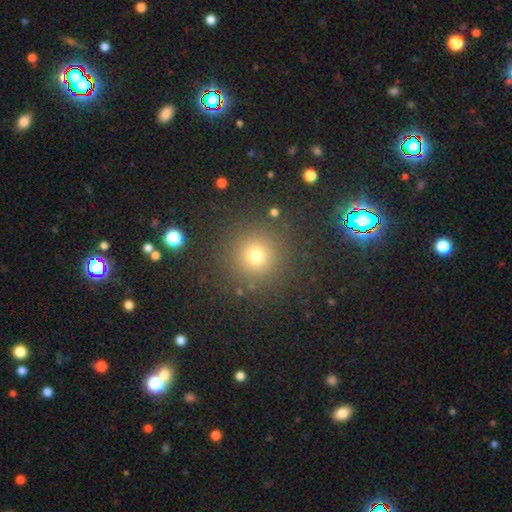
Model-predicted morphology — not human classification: A smooth galaxy with no disk features (72%) that is round (95%). Merging: none (88%).